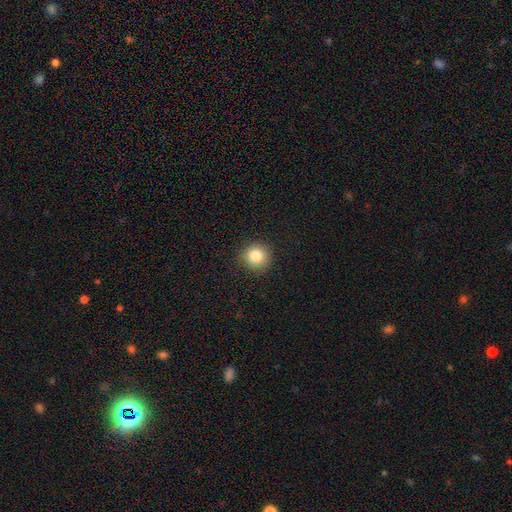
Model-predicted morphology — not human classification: Smooth or featured?
  - smooth: 83% *
  - star or artifact: 11%
  - featured or disk: 6%
How rounded?
  - round: 93% *
  - in between: 6%
  - cigar-shaped: 1%
Merging?
  - none: 90% *
  - minor disturbance: 7%
  - major disturbance: 2%
  - merger: 1%